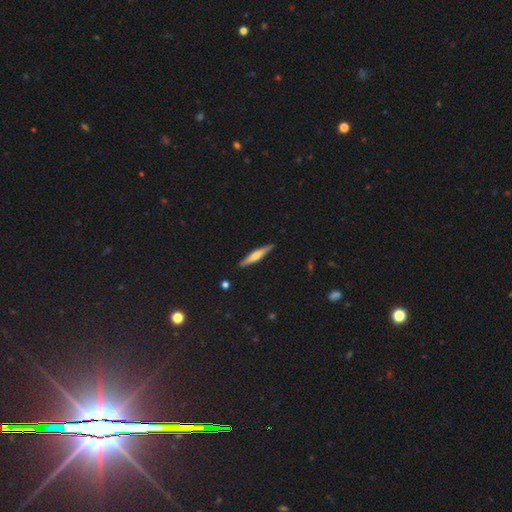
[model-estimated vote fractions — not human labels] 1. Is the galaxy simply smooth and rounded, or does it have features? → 58% featured or disk, 36% smooth, 6% star or artifact.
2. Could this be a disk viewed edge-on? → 97% yes, 3% no.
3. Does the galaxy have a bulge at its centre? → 76% rounded, 14% boxy, 10% none.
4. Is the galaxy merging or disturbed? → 91% none, 6% minor disturbance, 1% major disturbance, 1% merger.